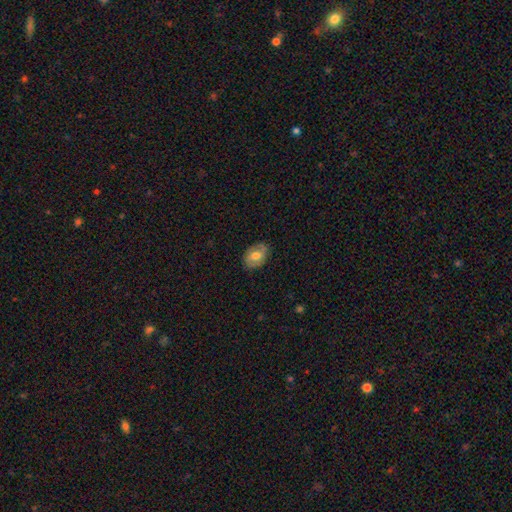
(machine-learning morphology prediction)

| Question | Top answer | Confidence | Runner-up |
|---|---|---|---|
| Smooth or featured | smooth | 54% | featured or disk (40%) |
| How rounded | in between | 82% | round (17%) |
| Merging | none | 81% | minor disturbance (14%) |